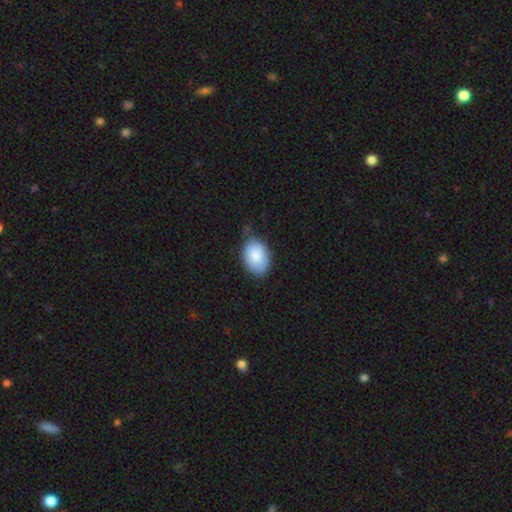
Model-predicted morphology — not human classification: Smooth or featured? Predicted: smooth (p=0.86). How rounded? Predicted: in between (p=0.83). Merging? Predicted: none (p=0.67).